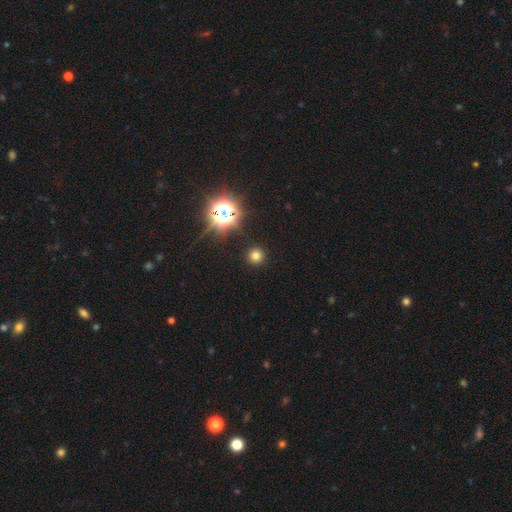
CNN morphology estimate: type=smooth (70%); roundness=round (95%); merging=none (91%).